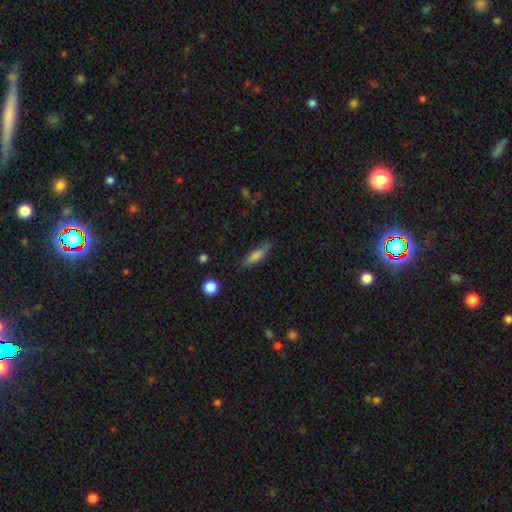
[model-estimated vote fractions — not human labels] smooth-or-featured: smooth: 74% | featured or disk: 18% | star or artifact: 7%
  how-rounded: cigar-shaped: 61% | in between: 37% | round: 2%
  merging: none: 73% | minor disturbance: 21% | major disturbance: 4% | merger: 2%